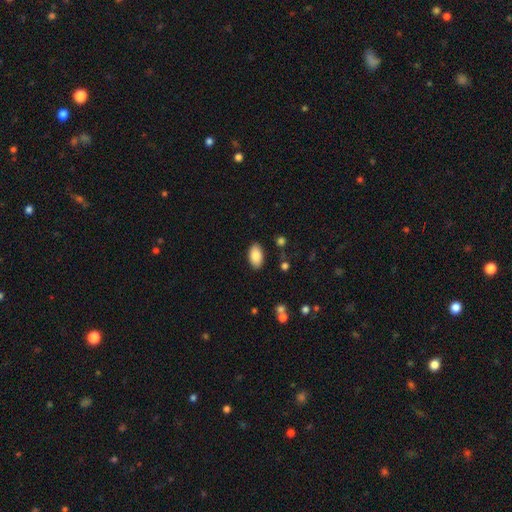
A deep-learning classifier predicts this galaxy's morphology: smooth_or_featured: smooth (p=0.86) [alt: featured or disk p=0.07]
how_rounded: in between (p=0.94) [alt: round p=0.04]
merging: none (p=0.86) [alt: minor disturbance p=0.09]